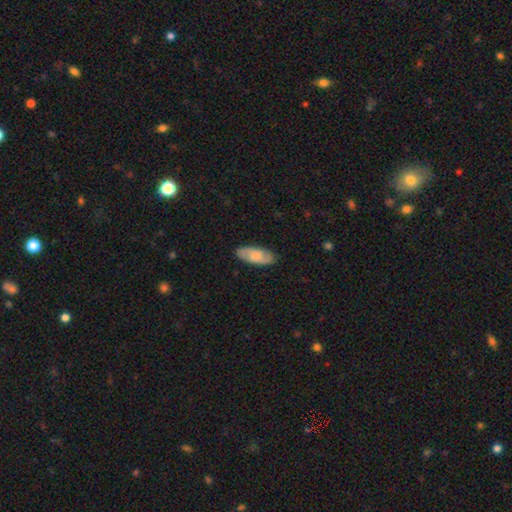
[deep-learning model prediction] This appears to be a smooth galaxy with no disk features (53%) that is in between round and cigar-shaped (80%). Merging: none (86%).